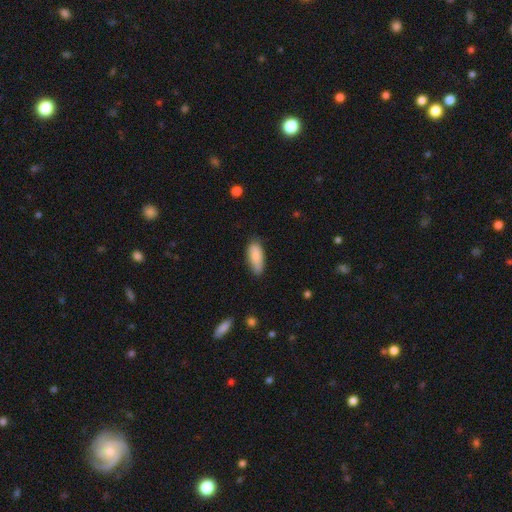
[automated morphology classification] smooth 88%, star or artifact 6%, featured or disk 6%. Down the decision tree: how rounded — in between (76%); merging — none (69%).